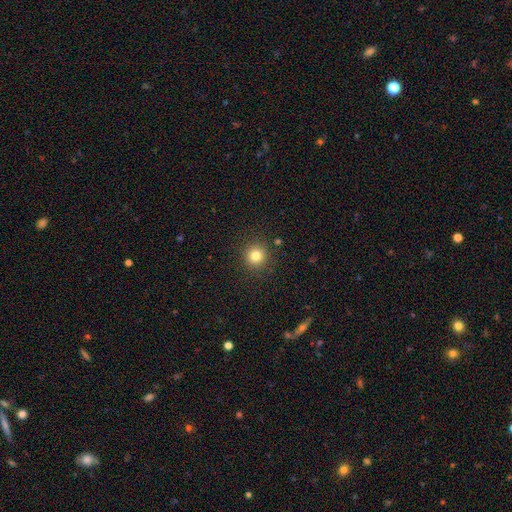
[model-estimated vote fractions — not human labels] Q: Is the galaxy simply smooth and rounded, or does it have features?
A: smooth — 81%.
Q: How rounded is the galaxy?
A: round — 94%.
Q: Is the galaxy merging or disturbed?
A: none — 90%.